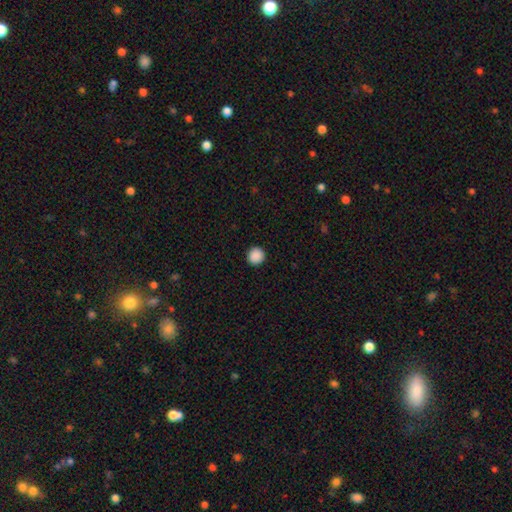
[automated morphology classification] smooth 90%, star or artifact 8%, featured or disk 2%. Down the decision tree: how rounded — round (95%); merging — none (93%).